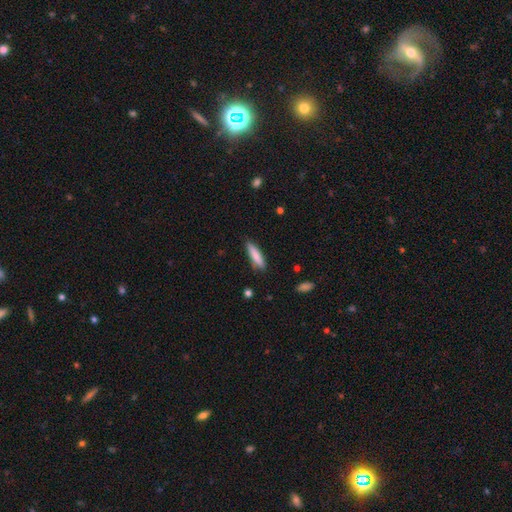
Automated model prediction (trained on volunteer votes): Morphology: type=smooth (81%); roundness=cigar-shaped (81%); merging=none (85%).